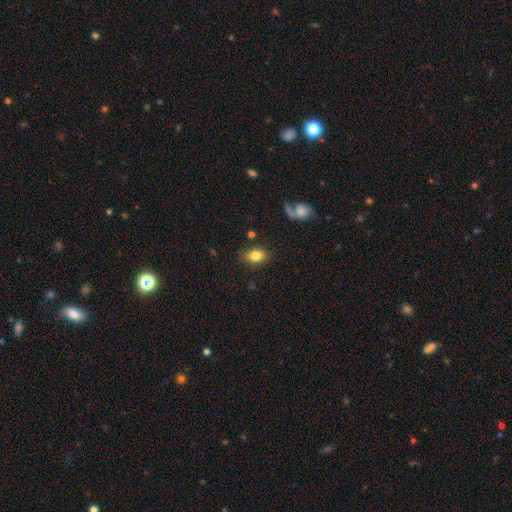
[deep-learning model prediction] A smooth galaxy with no disk features (82%) that is in between round and cigar-shaped (83%).

Vote fractions:
- Smooth or featured? smooth: 82% / featured or disk: 10% / star or artifact: 8%
- How rounded? in between: 83% / round: 15% / cigar-shaped: 2%
- Merging? none: 83% / minor disturbance: 11% / major disturbance: 3% / merger: 3%